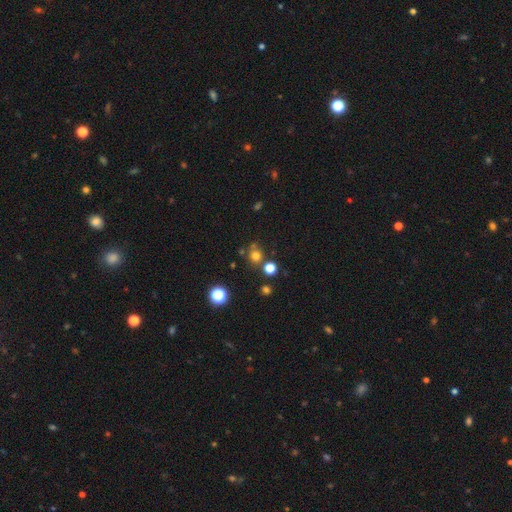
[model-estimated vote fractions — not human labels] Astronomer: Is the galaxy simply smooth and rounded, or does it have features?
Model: smooth — 70%.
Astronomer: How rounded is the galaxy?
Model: round — 88%.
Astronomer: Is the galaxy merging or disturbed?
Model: none — 71%.